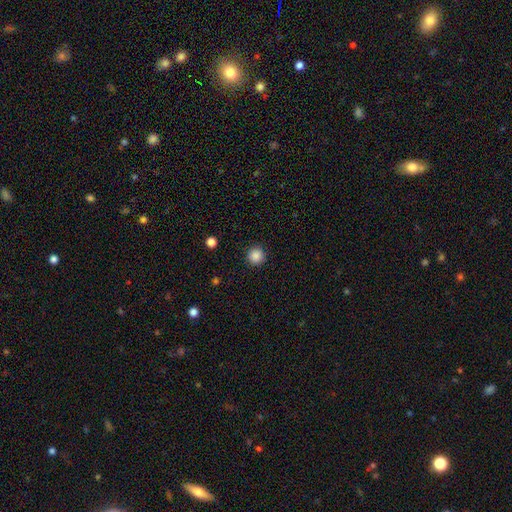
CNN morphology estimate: Smooth or featured: smooth — 87% (star or artifact — 10%)
How rounded: round — 96% (in between — 4%)
Merging: none — 92% (minor disturbance — 5%)